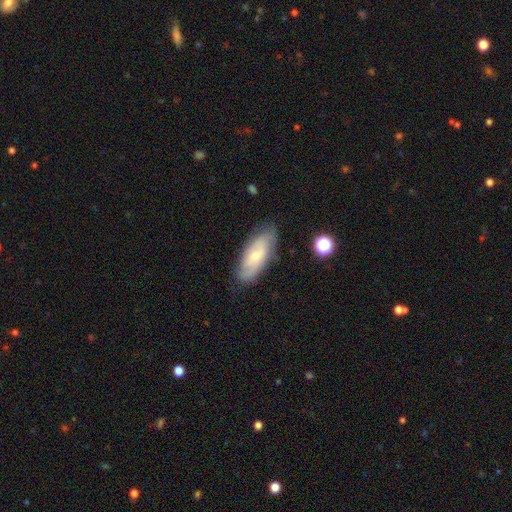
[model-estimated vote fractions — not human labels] Morphology: type=featured or disk (55%); edge-on=no (83%); merging=none (76%).